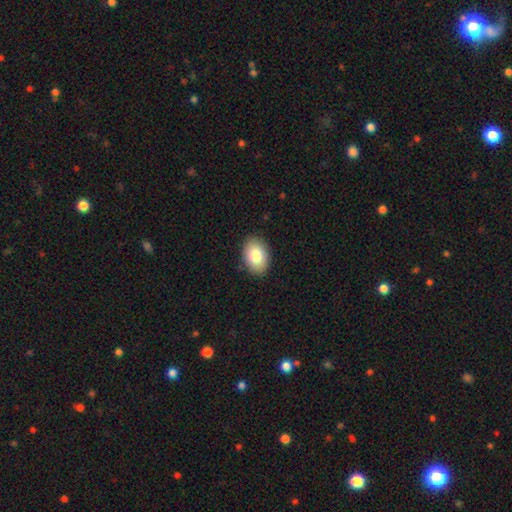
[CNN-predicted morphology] smooth 81%, featured or disk 12%, star or artifact 7%. Down the decision tree: how rounded — in between (85%); merging — none (88%).